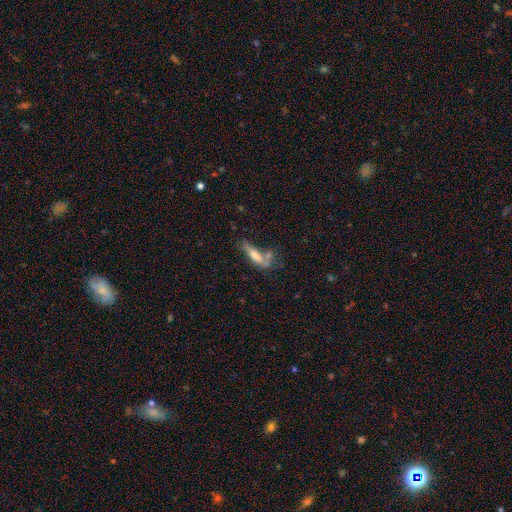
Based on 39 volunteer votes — Smooth or featured? 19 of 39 (49%) said featured or disk. Edge-on disk? 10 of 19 (53%) said yes. Edge-on bulge? 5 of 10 (50%) said rounded. Merging? 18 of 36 (50%) said none.